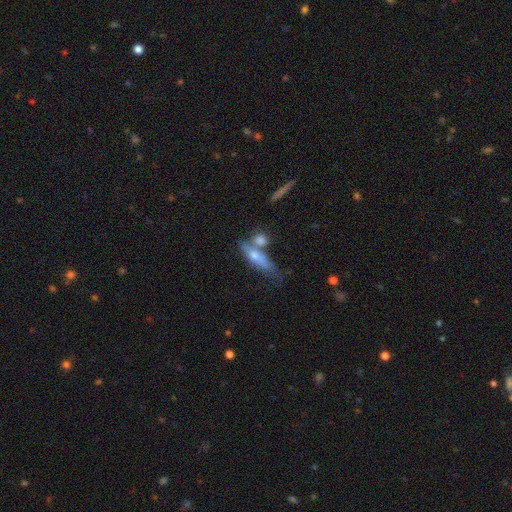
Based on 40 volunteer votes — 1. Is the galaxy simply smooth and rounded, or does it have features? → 60% smooth, 35% featured or disk, 5% star or artifact.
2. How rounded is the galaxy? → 67% cigar-shaped, 29% in between, 4% round.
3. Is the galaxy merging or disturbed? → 37% none, 32% merger, 24% minor disturbance, 8% major disturbance.